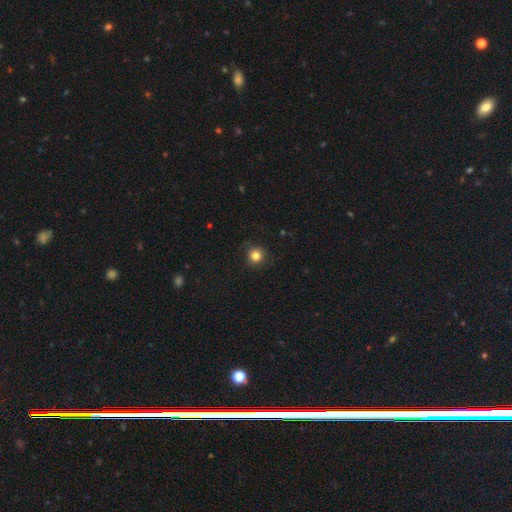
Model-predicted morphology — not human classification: Q: Smooth or featured?
A: smooth (82%); runner-up: star or artifact (13%)
Q: How rounded?
A: round (93%); runner-up: in between (6%)
Q: Merging?
A: none (88%); runner-up: minor disturbance (9%)